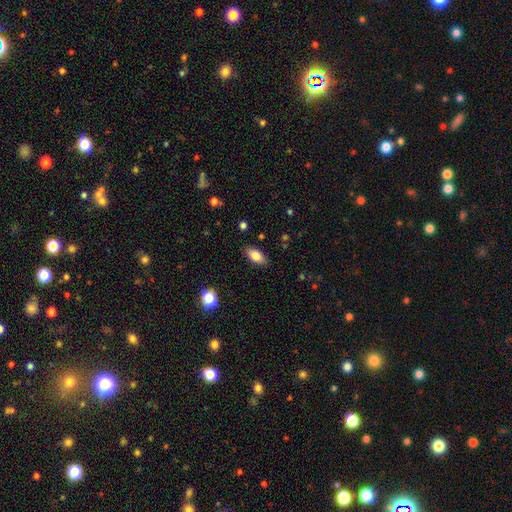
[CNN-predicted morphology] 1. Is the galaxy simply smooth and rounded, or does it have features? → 82% smooth, 10% featured or disk, 8% star or artifact.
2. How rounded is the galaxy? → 88% in between, 8% cigar-shaped, 3% round.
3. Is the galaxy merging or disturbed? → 87% none, 9% minor disturbance, 2% major disturbance, 1% merger.